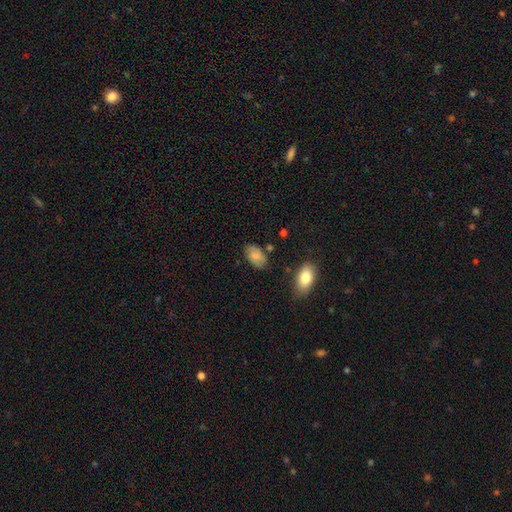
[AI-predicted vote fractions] Smooth or featured? smooth (77%)
How rounded? in between (92%)
Merging? none (73%)